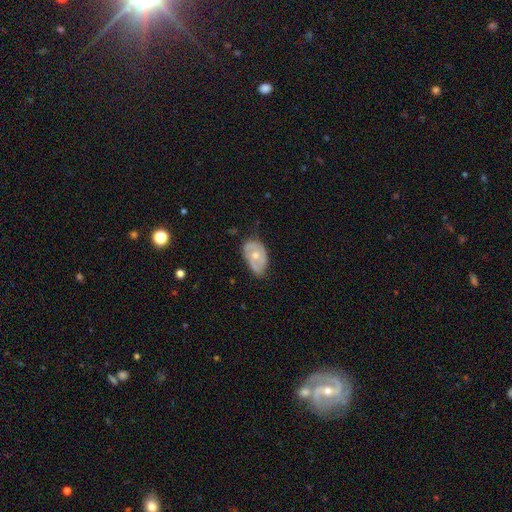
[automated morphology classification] This is possibly a featured or disk galaxy (52%). It is clearly not viewed edge-on (93%). Merging: possibly none (52%).